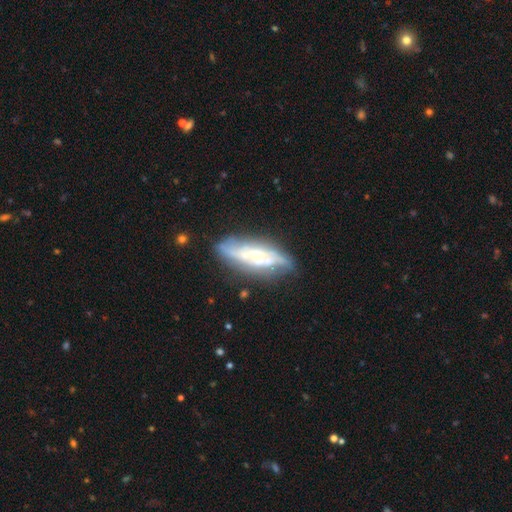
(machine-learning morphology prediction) This appears to be a featured or disk galaxy (72%). Merging: none (68%).